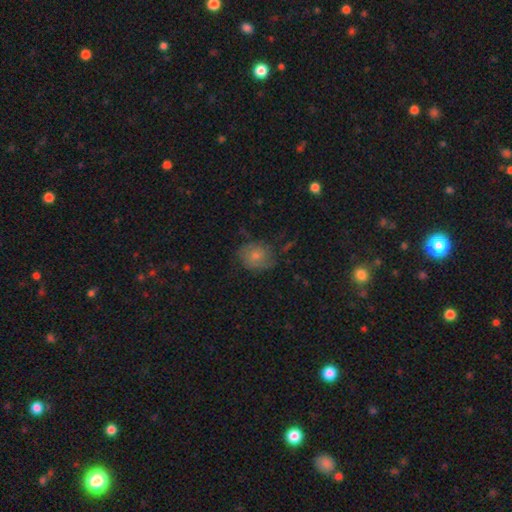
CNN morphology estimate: type=smooth (62%); roundness=round (64%); merging=none (58%).